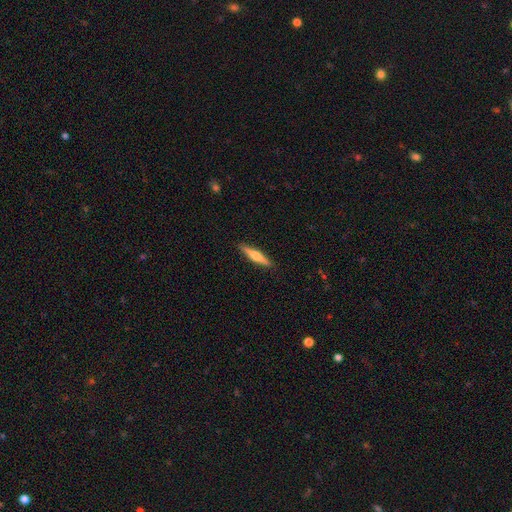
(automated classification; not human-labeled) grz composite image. It shows a featured or disk galaxy (49%). Merging: none (91%).